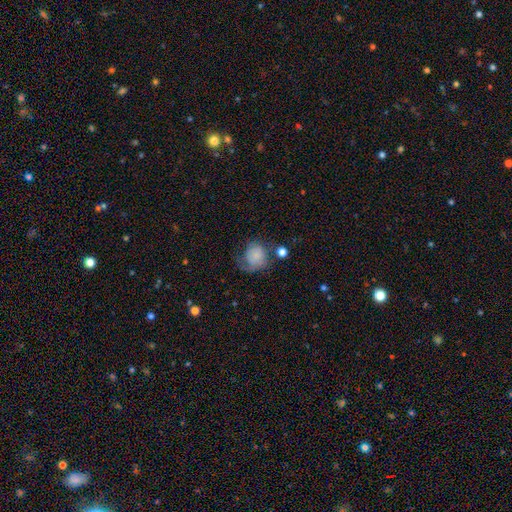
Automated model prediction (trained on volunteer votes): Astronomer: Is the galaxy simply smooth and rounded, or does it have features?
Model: smooth — 63%.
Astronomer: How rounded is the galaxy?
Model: round — 67%.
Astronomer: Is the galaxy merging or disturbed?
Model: none — 35% (runner-up: major disturbance, 30%).